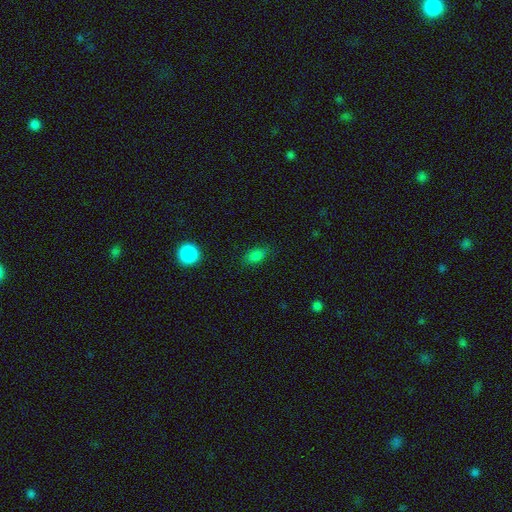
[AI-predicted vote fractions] Q: Smooth or featured?
A: smooth (83%); runner-up: star or artifact (12%)
Q: How rounded?
A: in between (86%); runner-up: round (11%)
Q: Merging?
A: none (81%); runner-up: minor disturbance (14%)